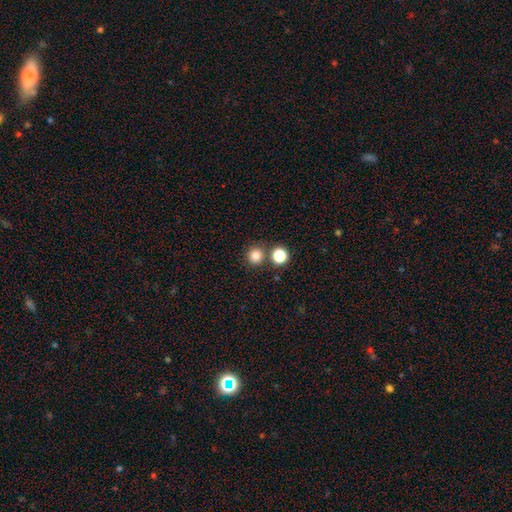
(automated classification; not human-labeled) The model was most divided on "merging": none: 78%, merger: 13%, minor disturbance: 6%, major disturbance: 2%. More confident: how rounded — round (93%); smooth or featured — smooth (82%).